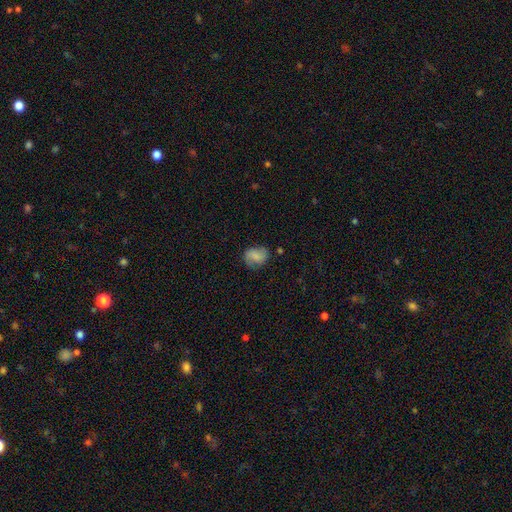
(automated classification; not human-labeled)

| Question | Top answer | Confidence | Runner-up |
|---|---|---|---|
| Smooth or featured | smooth | 67% | featured or disk (24%) |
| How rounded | in between | 52% | round (47%) |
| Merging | none | 67% | minor disturbance (23%) |